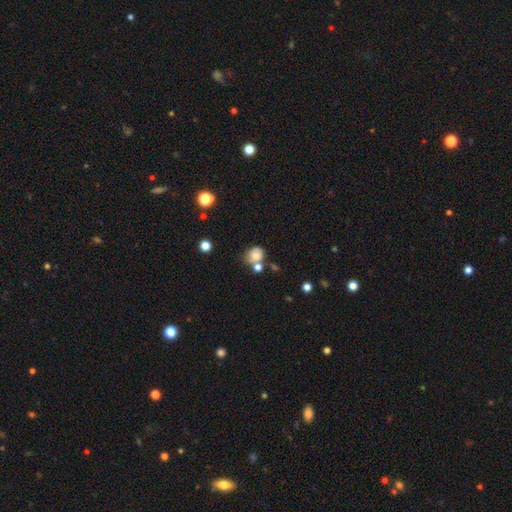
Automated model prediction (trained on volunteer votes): This is likely a smooth galaxy (72%). How rounded: likely round (69%). Merging: possibly none (48%).